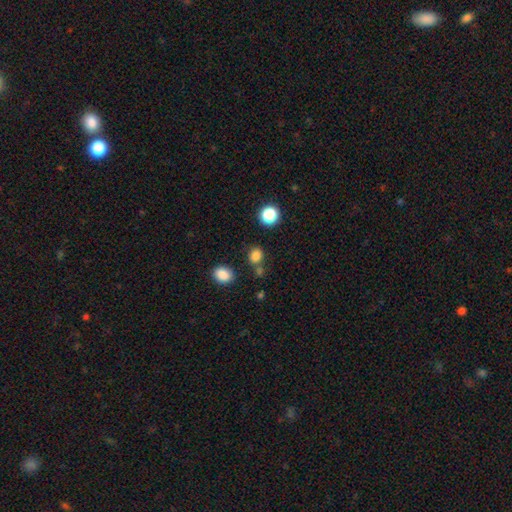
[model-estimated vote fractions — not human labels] smooth-or-featured: smooth: 81% | star or artifact: 14% | featured or disk: 4%
  how-rounded: round: 60% | in between: 39% | cigar-shaped: 1%
  merging: none: 71% | merger: 13% | minor disturbance: 11% | major disturbance: 4%